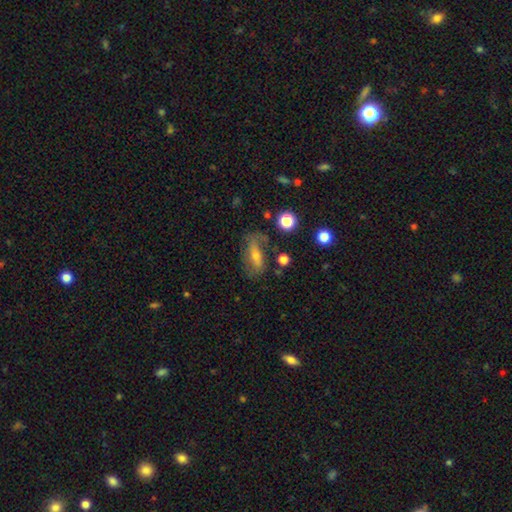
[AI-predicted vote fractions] smooth_or_featured: featured or disk (p=0.51) [alt: smooth p=0.38]
disk_edge_on: no (p=0.80) [alt: yes p=0.20]
merging: none (p=0.61) [alt: minor disturbance p=0.21]